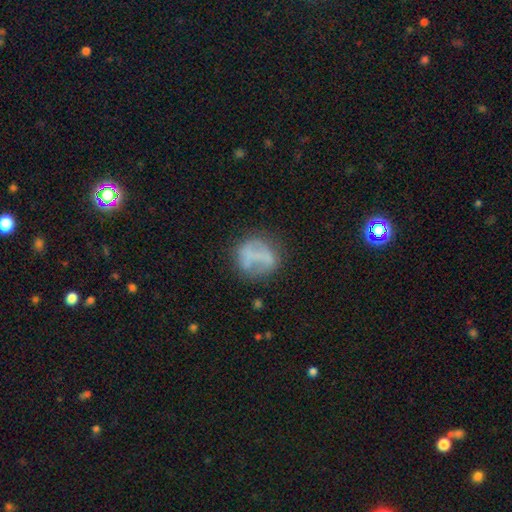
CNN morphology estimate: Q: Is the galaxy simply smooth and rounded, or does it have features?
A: smooth — 52%.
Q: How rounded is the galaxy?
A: round — 78%.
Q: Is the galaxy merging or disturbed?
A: none — 53%.